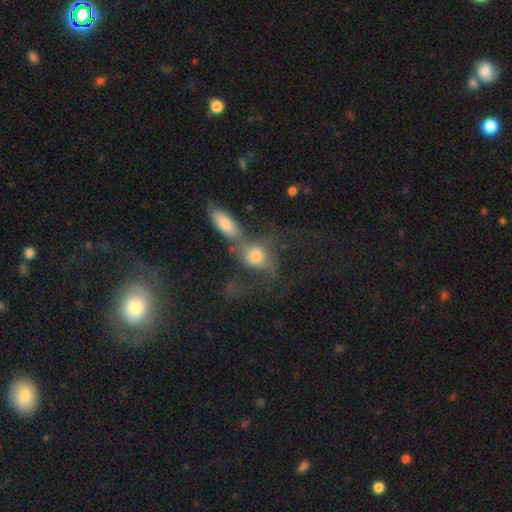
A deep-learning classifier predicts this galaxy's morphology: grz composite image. It shows a smooth galaxy with no disk features (52%) that is in between round and cigar-shaped (53%). Merging: merger (52%).